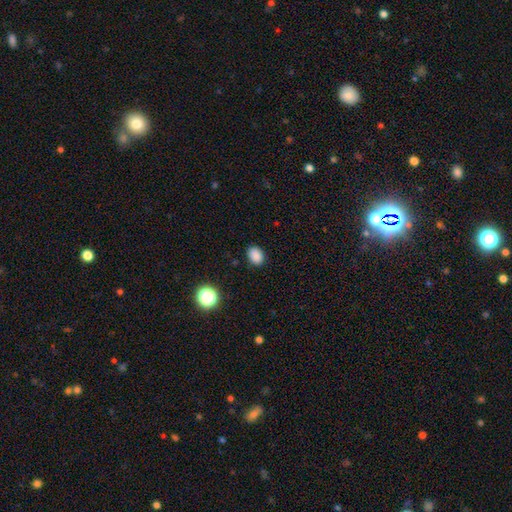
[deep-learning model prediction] Morphology: type=smooth (86%); roundness=in between (67%); merging=none (87%).